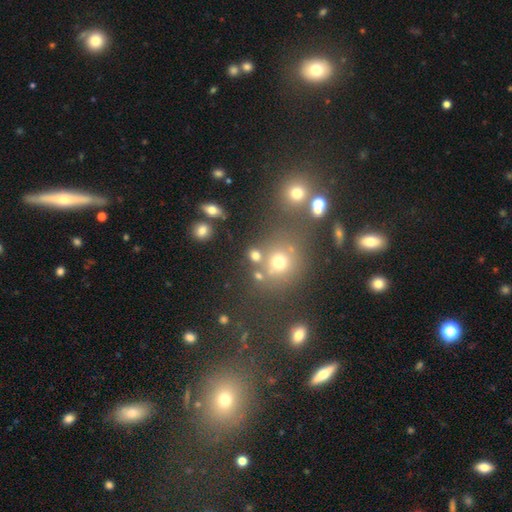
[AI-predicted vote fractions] Morphology: type=smooth (68%); roundness=round (75%); merging=none (68%).